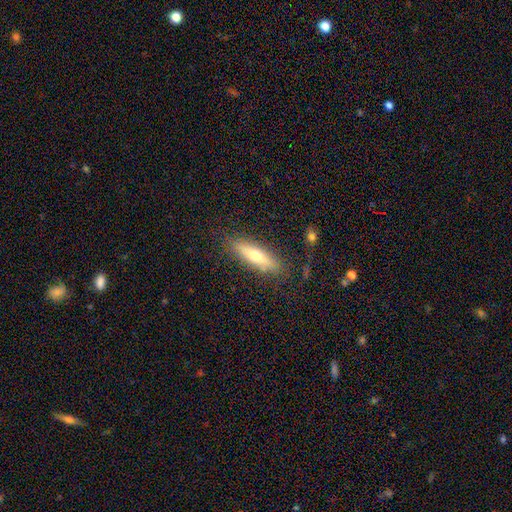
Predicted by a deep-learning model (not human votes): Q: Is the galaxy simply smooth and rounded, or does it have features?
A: smooth — 56%.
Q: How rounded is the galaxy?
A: cigar-shaped — 68%.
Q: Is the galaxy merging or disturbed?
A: none — 84%.